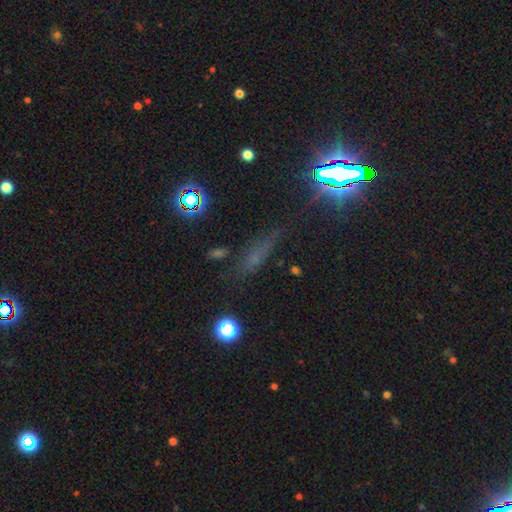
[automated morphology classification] type=star or artifact (43%).